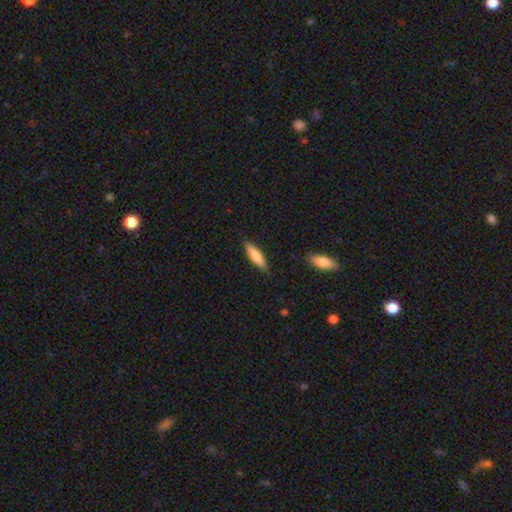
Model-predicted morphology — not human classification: type=smooth (74%); roundness=cigar-shaped (65%); merging=none (87%).